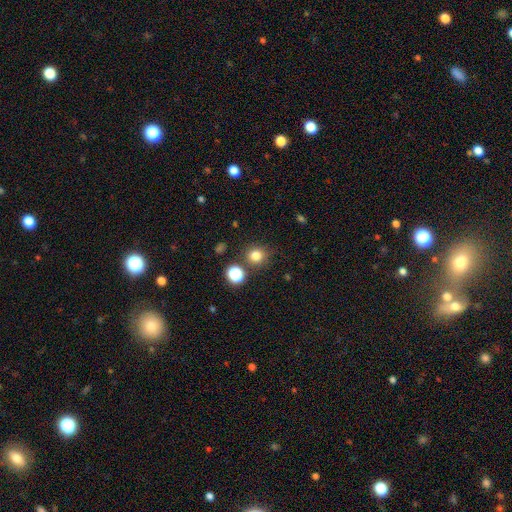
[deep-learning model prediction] smooth-or-featured: smooth: 78% | star or artifact: 16% | featured or disk: 6%
  how-rounded: round: 89% | in between: 10% | cigar-shaped: 1%
  merging: none: 82% | minor disturbance: 9% | merger: 6% | major disturbance: 3%